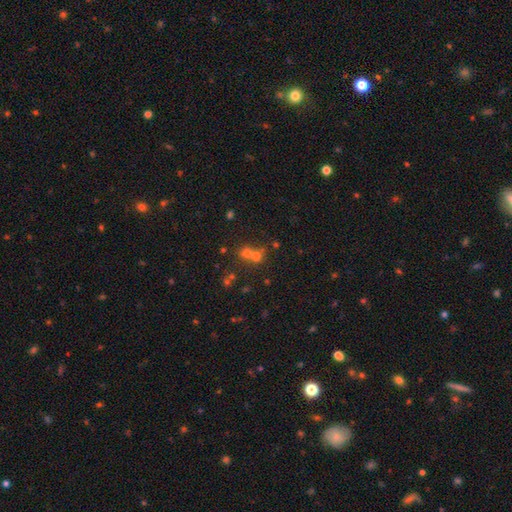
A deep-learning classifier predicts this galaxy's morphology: Q: Smooth or featured?
A: smooth (58%); runner-up: star or artifact (24%)
Q: How rounded?
A: round (79%); runner-up: in between (20%)
Q: Merging?
A: merger (57%); runner-up: none (34%)